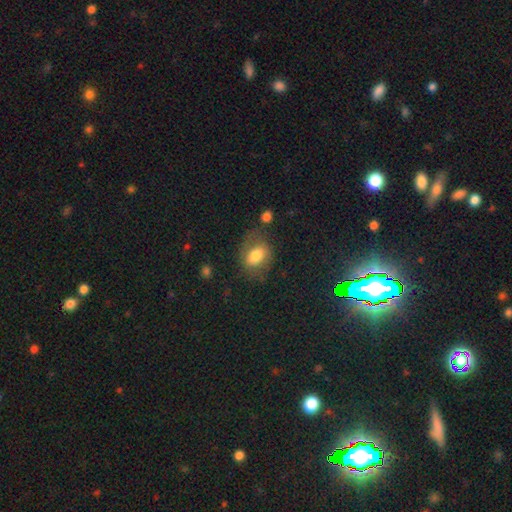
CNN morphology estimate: Smooth or featured?
  - smooth: 69% *
  - featured or disk: 22%
  - star or artifact: 9%
How rounded?
  - in between: 74% *
  - round: 25%
  - cigar-shaped: 2%
Merging?
  - none: 59% *
  - minor disturbance: 22%
  - major disturbance: 14%
  - merger: 4%